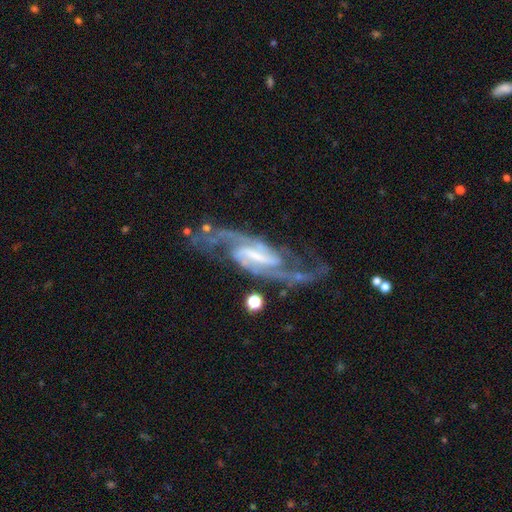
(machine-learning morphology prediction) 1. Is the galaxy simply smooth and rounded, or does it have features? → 92% featured or disk, 5% star or artifact, 3% smooth.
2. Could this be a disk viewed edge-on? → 95% no, 5% yes.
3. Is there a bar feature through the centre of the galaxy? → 52% strong, 37% weak, 10% no.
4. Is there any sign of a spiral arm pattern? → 98% yes, 2% no.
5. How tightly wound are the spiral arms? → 59% medium, 23% loose, 17% tight.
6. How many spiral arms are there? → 92% 2, 3% 3, 2% can't tell, 1% 1, 1% 4, 1% more than 4.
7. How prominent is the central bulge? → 40% small, 35% none, 18% moderate, 6% large, 1% dominant.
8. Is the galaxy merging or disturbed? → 71% none, 16% minor disturbance, 10% major disturbance, 3% merger.